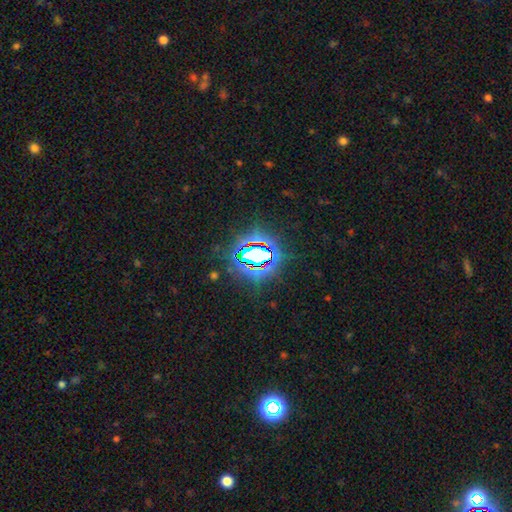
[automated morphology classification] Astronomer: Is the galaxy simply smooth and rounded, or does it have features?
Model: star or artifact — 76%.